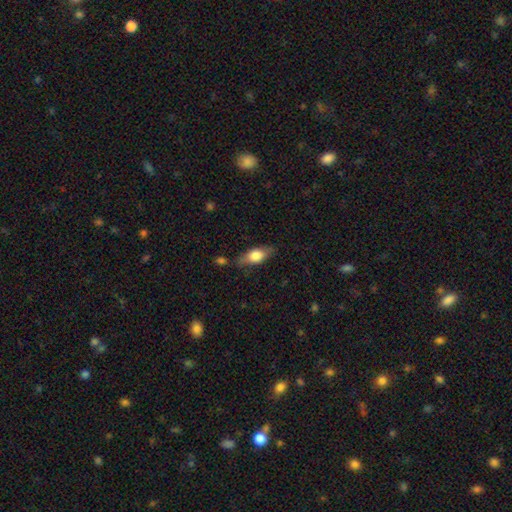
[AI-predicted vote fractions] smooth-or-featured: smooth: 64% | featured or disk: 29% | star or artifact: 7%
  how-rounded: in between: 76% | cigar-shaped: 19% | round: 5%
  merging: none: 70% | minor disturbance: 20% | major disturbance: 5% | merger: 5%